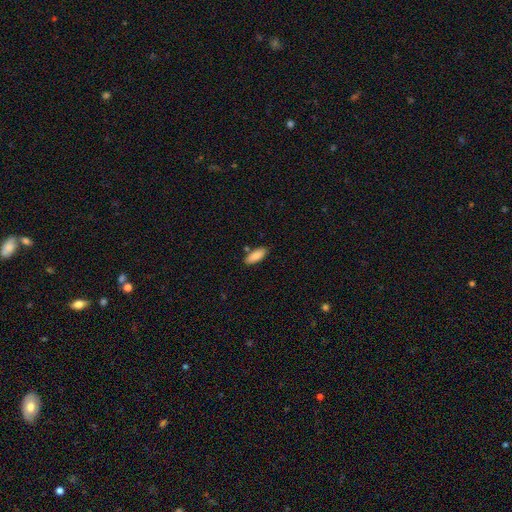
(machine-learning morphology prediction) Overall: smooth (88%). How rounded: in between (77%). Merging: none (82%).